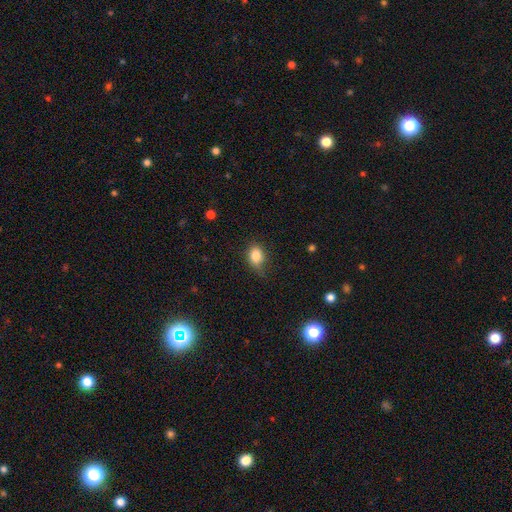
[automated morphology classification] Smooth or featured?
  - smooth: 82% *
  - star or artifact: 10%
  - featured or disk: 8%
How rounded?
  - in between: 58% *
  - round: 41%
  - cigar-shaped: 1%
Merging?
  - none: 64% *
  - minor disturbance: 27%
  - major disturbance: 7%
  - merger: 1%